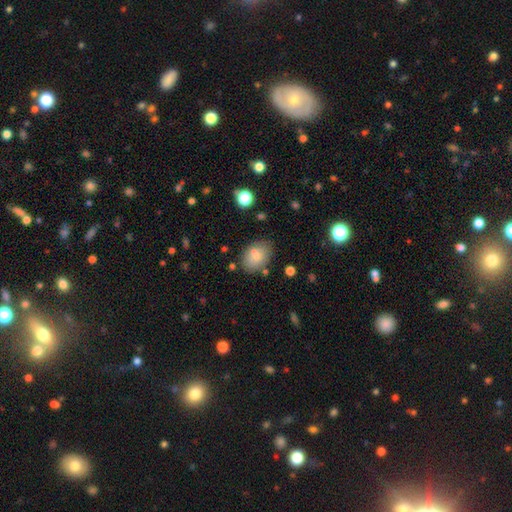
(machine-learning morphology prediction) type=smooth (77%); roundness=in between (77%); merging=none (72%).